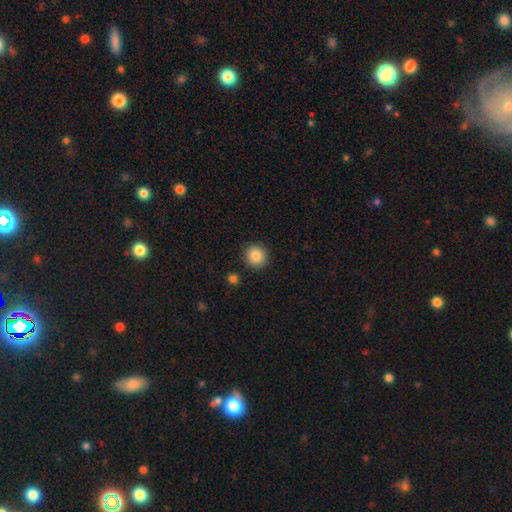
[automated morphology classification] This is clearly a smooth galaxy (86%). How rounded: clearly round (93%). Merging: clearly none (90%).